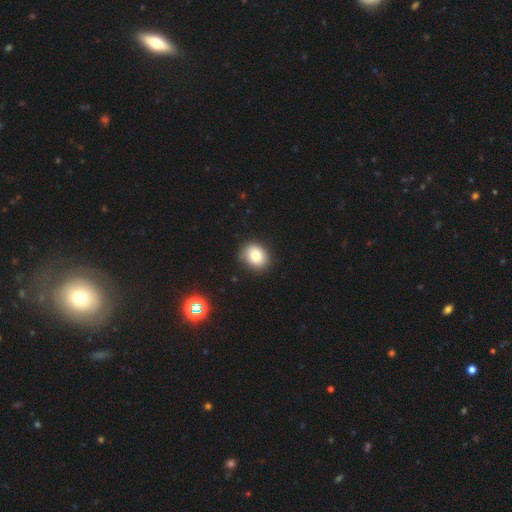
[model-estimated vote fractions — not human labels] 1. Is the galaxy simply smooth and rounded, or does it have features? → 80% smooth, 11% star or artifact, 10% featured or disk.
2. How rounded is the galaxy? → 58% round, 41% in between, 1% cigar-shaped.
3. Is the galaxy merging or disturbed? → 84% none, 12% minor disturbance, 3% major disturbance, 1% merger.